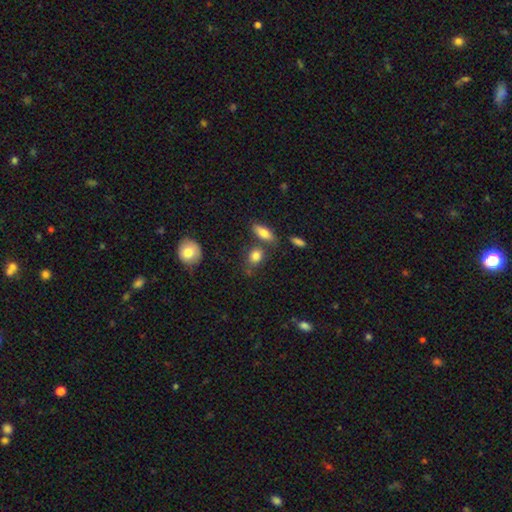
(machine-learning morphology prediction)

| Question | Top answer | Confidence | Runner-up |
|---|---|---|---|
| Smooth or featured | smooth | 83% | star or artifact (9%) |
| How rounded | in between | 52% | round (45%) |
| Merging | none | 66% | minor disturbance (15%) |